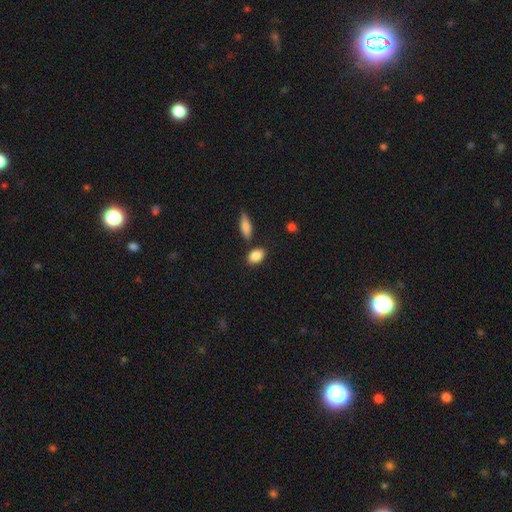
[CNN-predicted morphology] This is clearly a smooth galaxy (87%). How rounded: clearly in between (82%). Merging: likely none (77%).